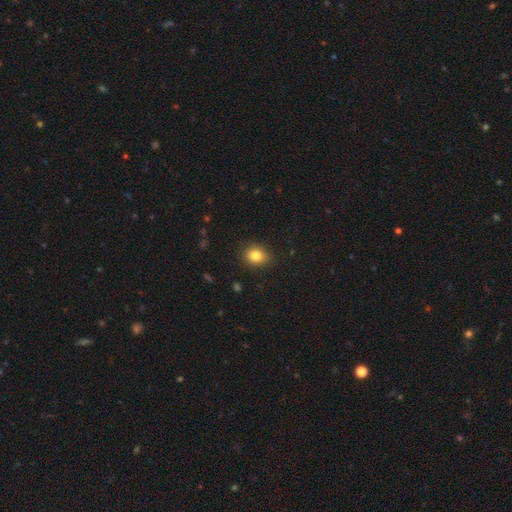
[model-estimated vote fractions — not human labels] smooth-or-featured: smooth: 83% | star or artifact: 10% | featured or disk: 7%
  how-rounded: round: 59% | in between: 40% | cigar-shaped: 1%
  merging: none: 87% | minor disturbance: 10% | major disturbance: 2% | merger: 1%